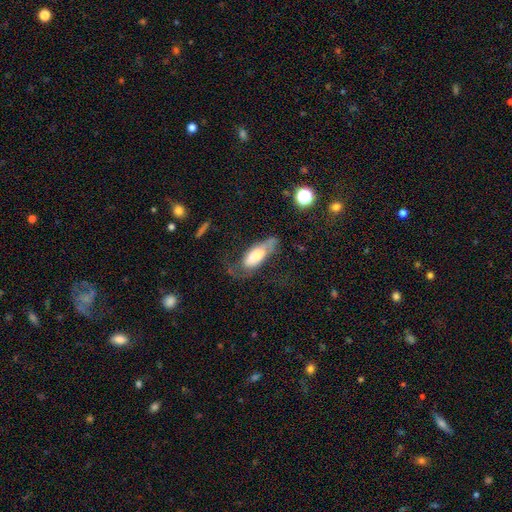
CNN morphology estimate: Smooth or featured? smooth (55%)
How rounded? in between (75%)
Merging? major disturbance (39%)